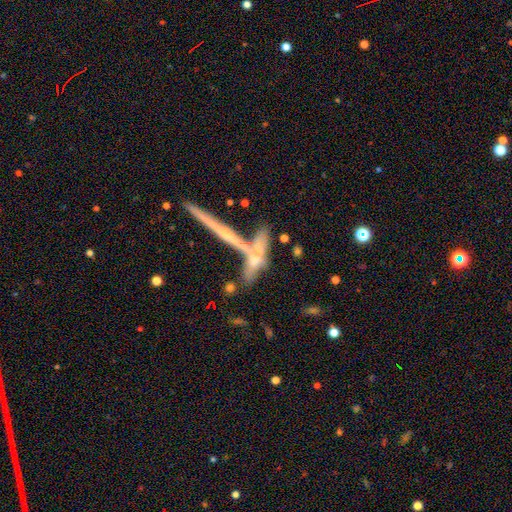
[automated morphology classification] type=featured or disk (60%); edge-on=yes (88%); edge-on bulge=rounded (49%); merging=none (51%).